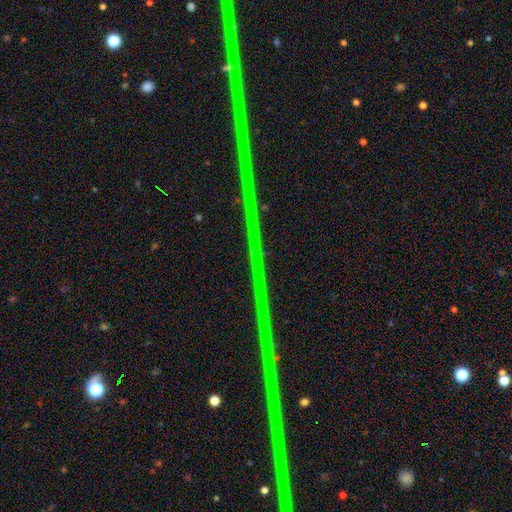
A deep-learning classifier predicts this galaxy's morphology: Smooth or featured? Predicted: star or artifact (p=0.87).